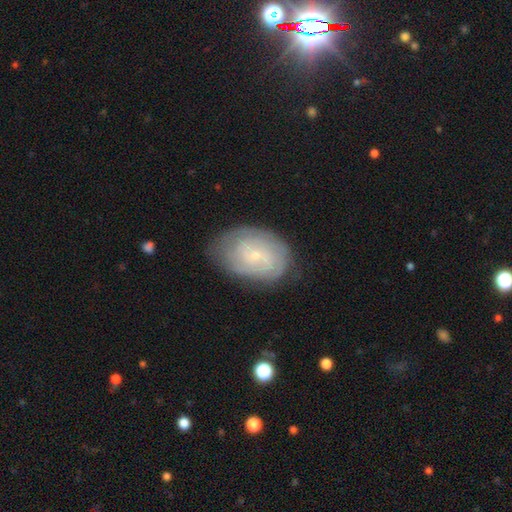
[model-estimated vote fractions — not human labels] Q: Smooth or featured?
A: featured or disk (67%); runner-up: smooth (26%)
Q: Edge-on disk?
A: no (97%); runner-up: yes (3%)
Q: Bar?
A: no (63%); runner-up: weak (32%)
Q: Spiral arms?
A: yes (88%); runner-up: no (12%)
Q: Spiral winding?
A: tight (65%); runner-up: medium (27%)
Q: Spiral arm count?
A: can't tell (49%); runner-up: 2 (24%)
Q: Bulge size?
A: small (81%); runner-up: moderate (13%)
Q: Merging?
A: none (75%); runner-up: minor disturbance (19%)